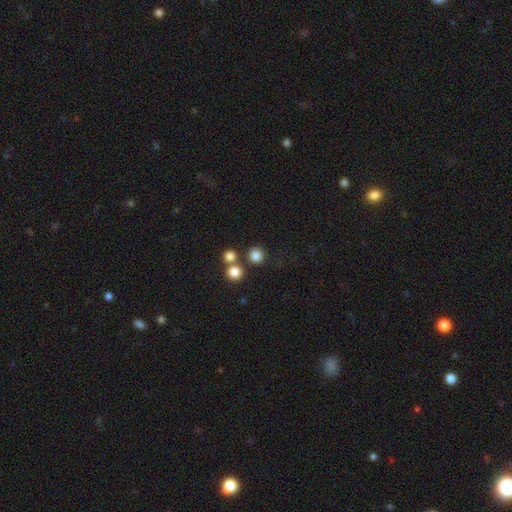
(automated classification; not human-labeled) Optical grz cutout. It shows a smooth galaxy with no disk features (81%) that is round (92%). Merging: none (76%).